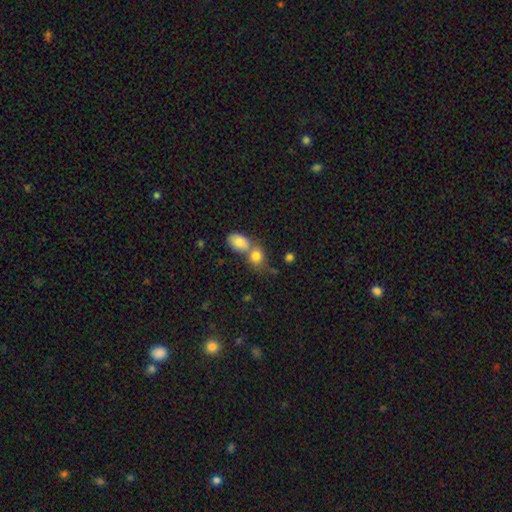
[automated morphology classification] smooth_or_featured: smooth (p=0.80) [alt: featured or disk p=0.10]
how_rounded: in between (p=0.49) [tied with: round p=0.49]
merging: merger (p=0.58) [alt: none p=0.31]